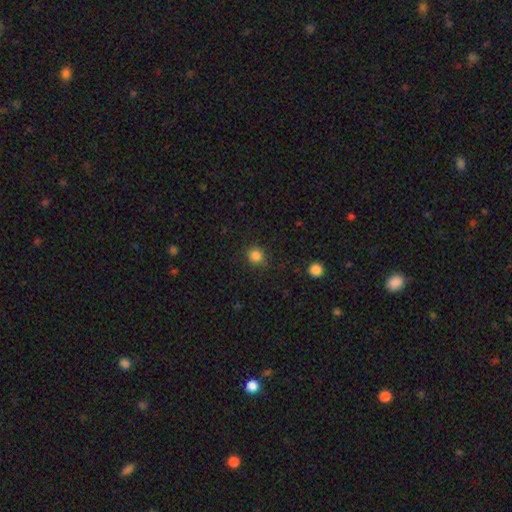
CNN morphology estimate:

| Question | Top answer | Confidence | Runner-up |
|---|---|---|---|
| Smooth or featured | smooth | 84% | star or artifact (12%) |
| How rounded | round | 90% | in between (9%) |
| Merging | none | 84% | minor disturbance (11%) |